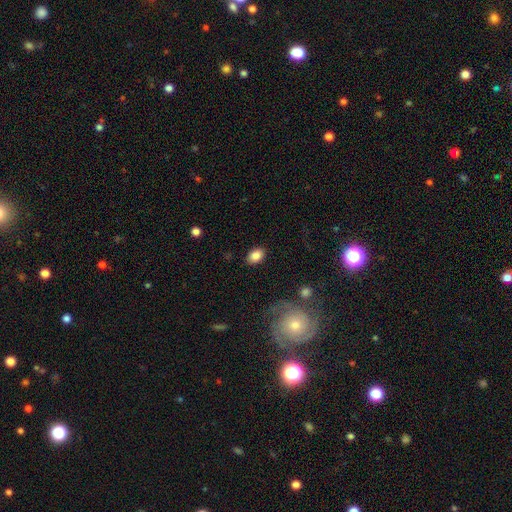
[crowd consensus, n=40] A smooth galaxy with no disk features (80%) that is in between round and cigar-shaped (81%). Merging: none (75%).